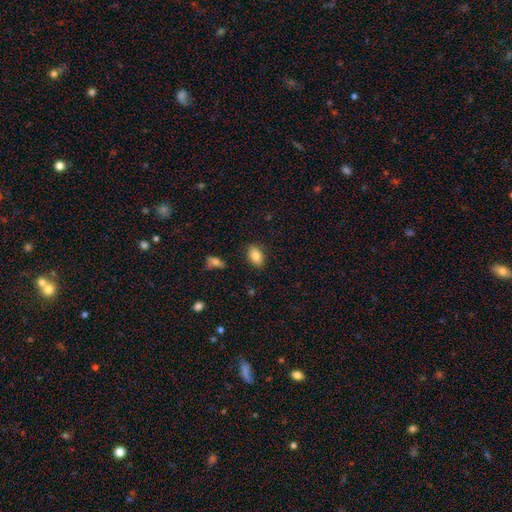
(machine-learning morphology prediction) Smooth or featured: smooth — 83% (featured or disk — 9%)
How rounded: in between — 88% (round — 10%)
Merging: none — 86% (minor disturbance — 10%)